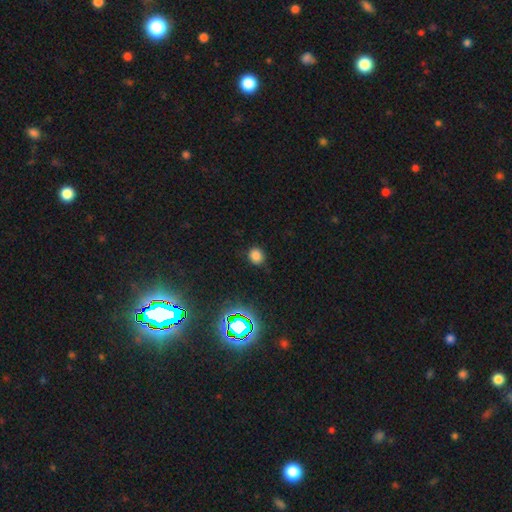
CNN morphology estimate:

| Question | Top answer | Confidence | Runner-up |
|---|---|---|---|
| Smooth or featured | smooth | 76% | star or artifact (19%) |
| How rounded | round | 75% | in between (24%) |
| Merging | none | 81% | minor disturbance (14%) |